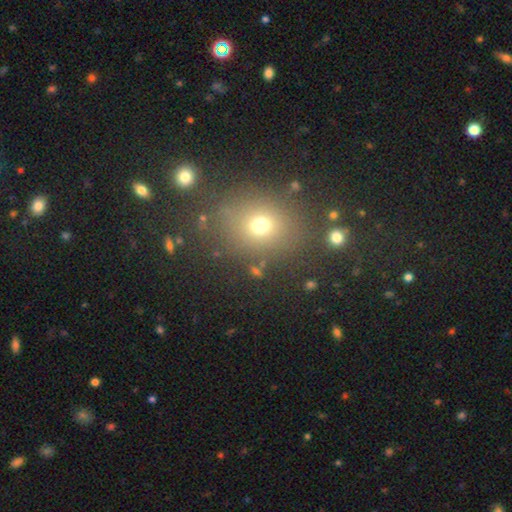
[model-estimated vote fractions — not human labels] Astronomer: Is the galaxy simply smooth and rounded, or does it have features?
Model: smooth — 58% (runner-up: star or artifact, 33%).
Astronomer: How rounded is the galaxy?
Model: round — 58% (runner-up: in between, 41%).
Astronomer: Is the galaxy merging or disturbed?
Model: none — 83%.